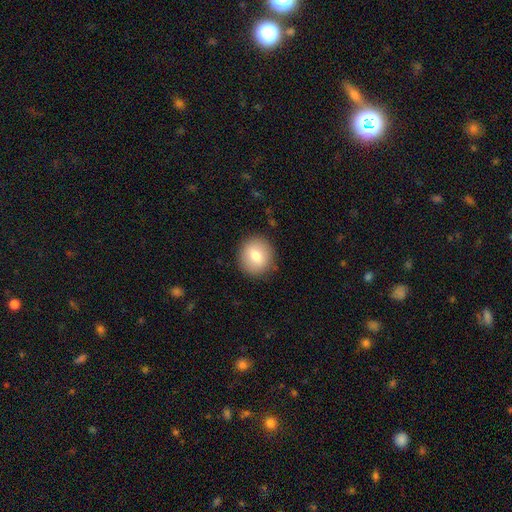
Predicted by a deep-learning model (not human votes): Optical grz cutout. It shows a smooth galaxy with no disk features (76%) that is round (87%). Merging: none (89%).